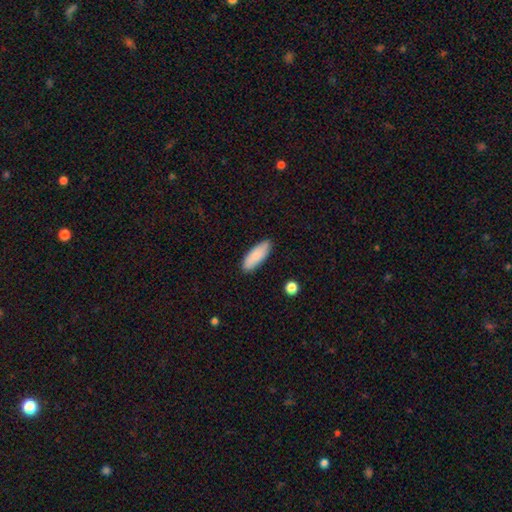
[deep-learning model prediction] This is clearly a smooth galaxy (86%). How rounded: likely in between (67%). Merging: clearly none (87%).